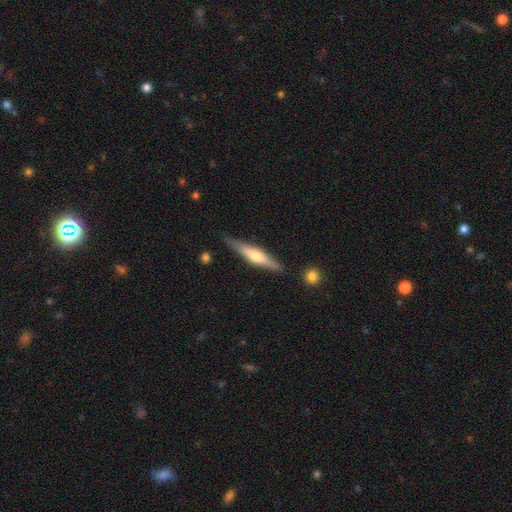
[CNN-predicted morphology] Smooth or featured? featured or disk (59%)
Edge-on disk? yes (96%)
Edge-on bulge? rounded (85%)
Merging? none (85%)